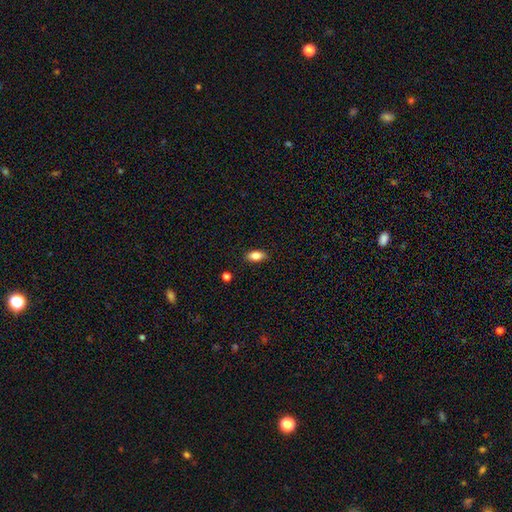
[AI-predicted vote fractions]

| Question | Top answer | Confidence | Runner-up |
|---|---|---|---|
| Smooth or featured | smooth | 84% | star or artifact (8%) |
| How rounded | in between | 88% | cigar-shaped (8%) |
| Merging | none | 87% | minor disturbance (10%) |